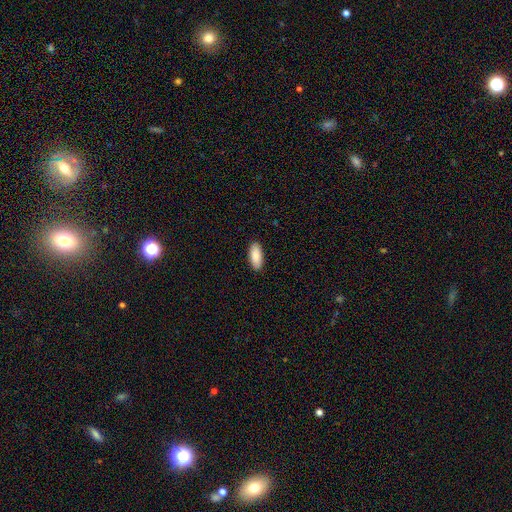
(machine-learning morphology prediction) Overall: smooth (89%). How rounded: in between (87%). Merging: none (91%).